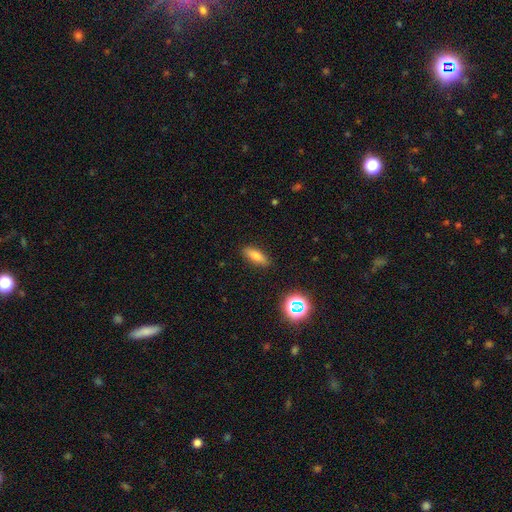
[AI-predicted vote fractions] A smooth galaxy with no disk features (77%) that is in between round and cigar-shaped (63%).

Vote fractions:
- Smooth or featured? smooth: 77% / featured or disk: 12% / star or artifact: 11%
- How rounded? in between: 63% / cigar-shaped: 34% / round: 3%
- Merging? none: 88% / minor disturbance: 8% / major disturbance: 2% / merger: 1%